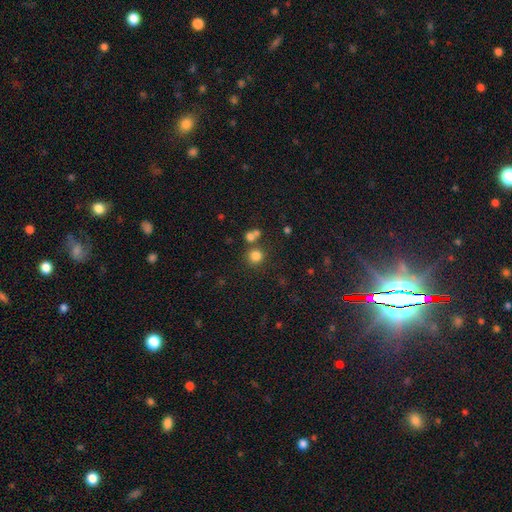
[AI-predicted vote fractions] Morphology: type=smooth (79%); roundness=round (91%); merging=none (69%).